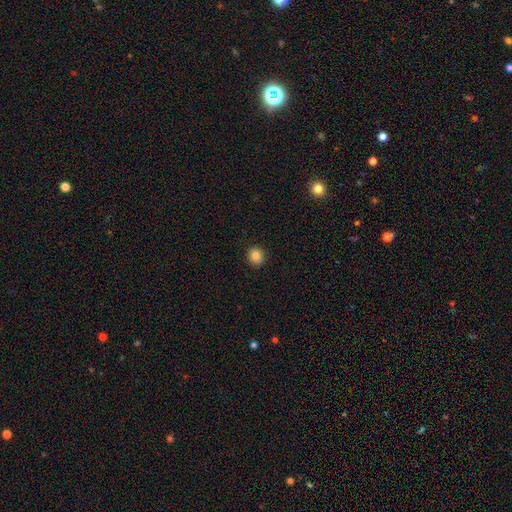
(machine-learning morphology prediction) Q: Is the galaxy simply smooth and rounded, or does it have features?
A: smooth — 85%.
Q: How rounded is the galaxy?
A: round — 86%.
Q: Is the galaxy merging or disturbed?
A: none — 92%.